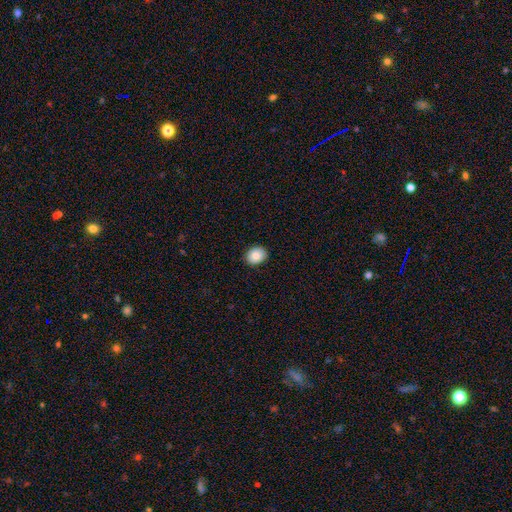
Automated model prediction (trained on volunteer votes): Overall: smooth (86%). How rounded: round (50%; in between 49%). Merging: none (90%).